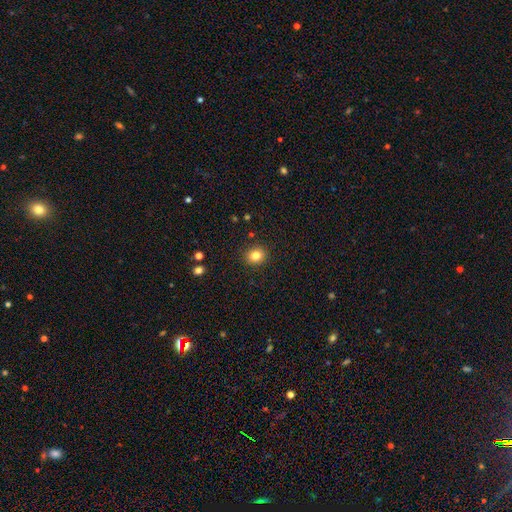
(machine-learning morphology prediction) smooth_or_featured: smooth (p=0.82) [alt: star or artifact p=0.11]
how_rounded: round (p=0.76) [alt: in between p=0.24]
merging: none (p=0.90) [alt: minor disturbance p=0.07]